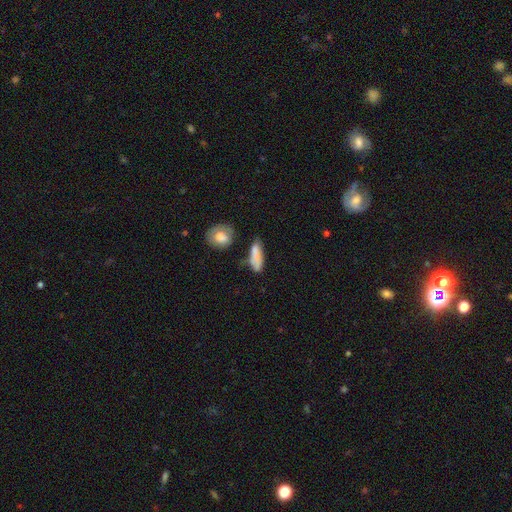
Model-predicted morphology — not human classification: Smooth or featured? Predicted: smooth (p=0.79). How rounded? Predicted: in between (p=0.60). Merging? Predicted: none (p=0.47).